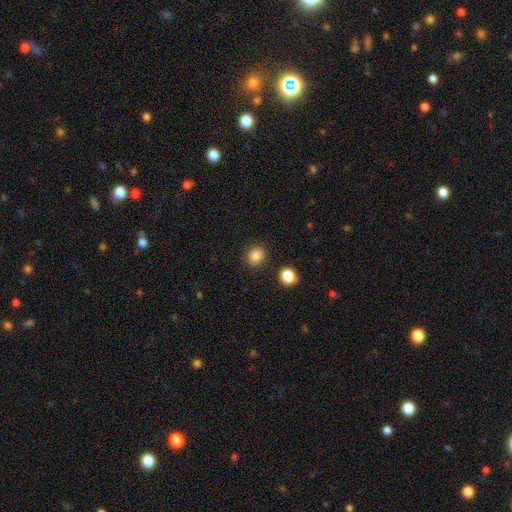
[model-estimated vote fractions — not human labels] Smooth or featured: smooth — 84% (star or artifact — 11%)
How rounded: round — 78% (in between — 21%)
Merging: none — 88% (minor disturbance — 7%)